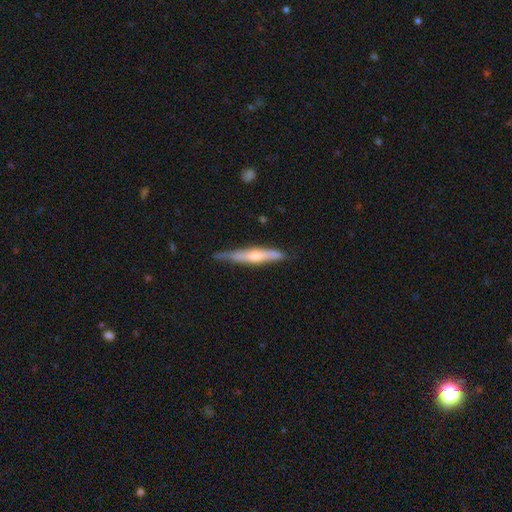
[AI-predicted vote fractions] This is possibly a featured or disk galaxy (57%). It is clearly viewed edge-on (90%). Edge-on bulge: likely rounded (77%). Merging: likely none (70%).